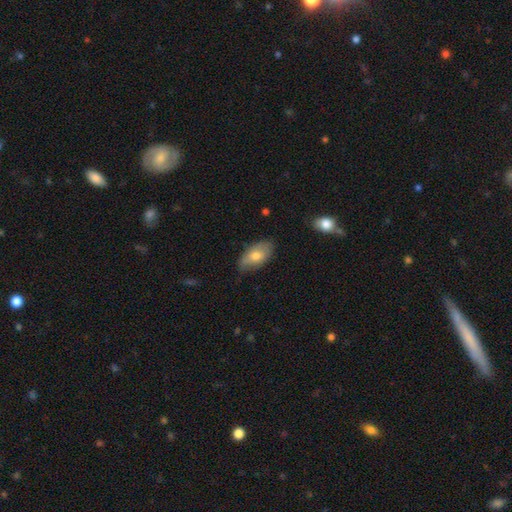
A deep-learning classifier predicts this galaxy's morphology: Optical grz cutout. It shows a smooth galaxy with no disk features (71%) that is in between round and cigar-shaped (93%). Merging: none (75%).